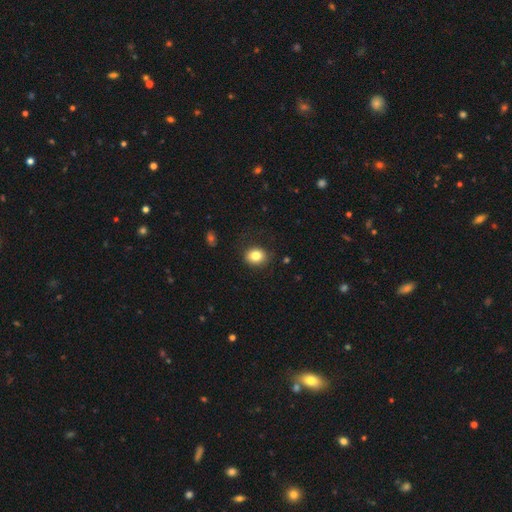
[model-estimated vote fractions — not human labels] smooth-or-featured: smooth: 83% | star or artifact: 10% | featured or disk: 7%
  how-rounded: round: 58% | in between: 41% | cigar-shaped: 1%
  merging: none: 83% | minor disturbance: 12% | major disturbance: 4% | merger: 1%